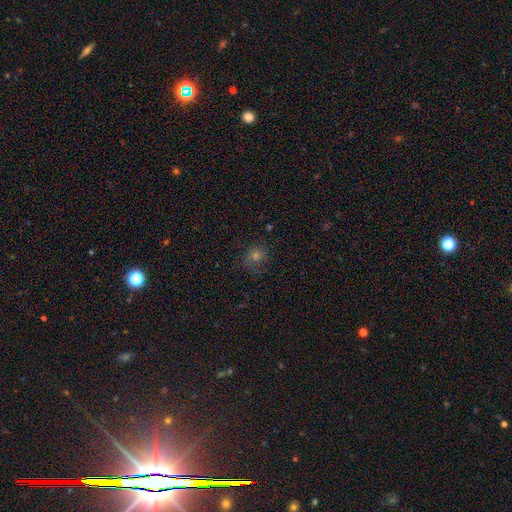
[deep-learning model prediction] This appears to be a smooth galaxy with no disk features (55%) that is round (85%). Merging: none (75%).